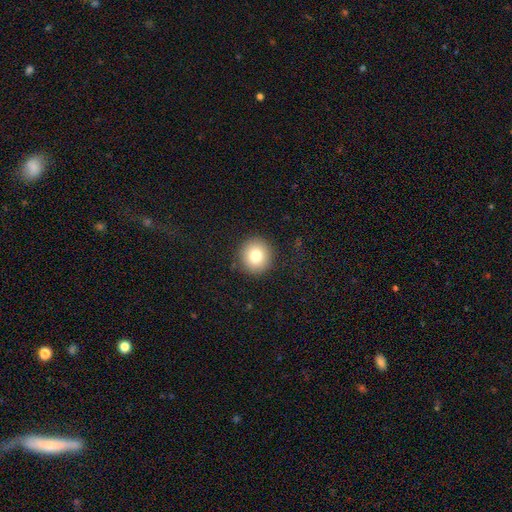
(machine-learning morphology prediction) type=smooth (79%); roundness=round (92%); merging=none (90%).